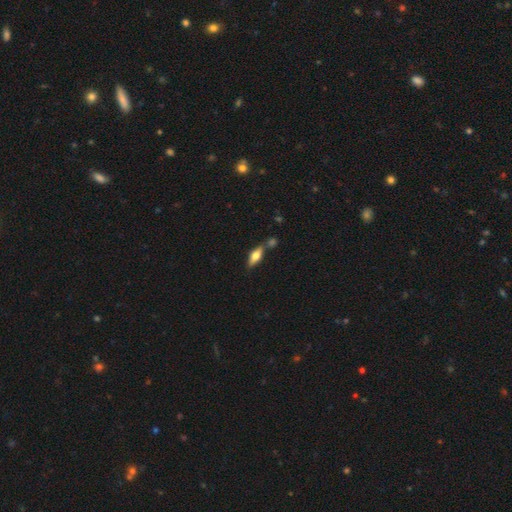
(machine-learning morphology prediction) Smooth or featured? Predicted: smooth (p=0.60). How rounded? Predicted: in between (p=0.66). Merging? Predicted: none (p=0.59).